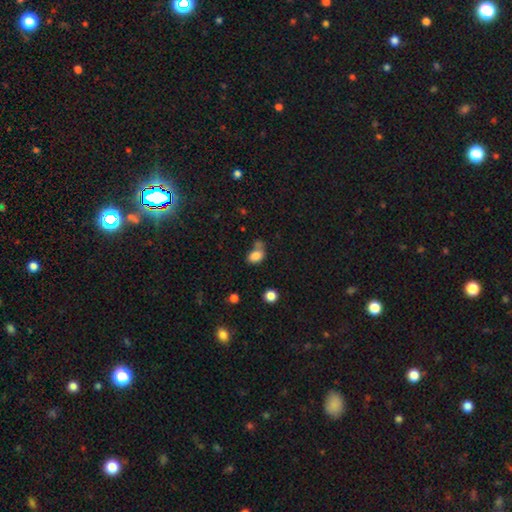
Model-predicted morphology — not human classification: Smooth or featured? Predicted: smooth (p=0.82). How rounded? Predicted: in between (p=0.79). Merging? Predicted: none (p=0.44).